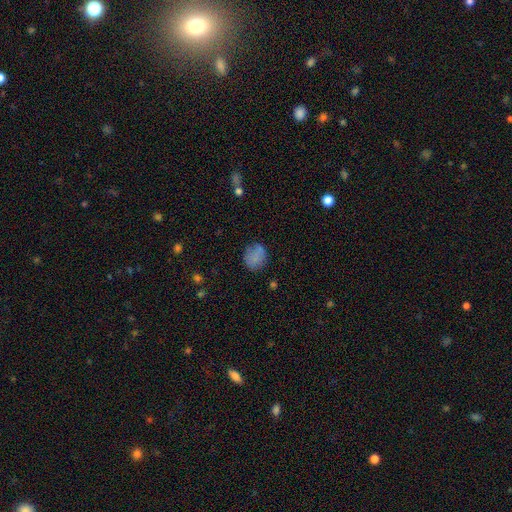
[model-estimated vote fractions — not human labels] This is likely a smooth galaxy (78%). How rounded: likely round (64%). Merging: likely none (71%).